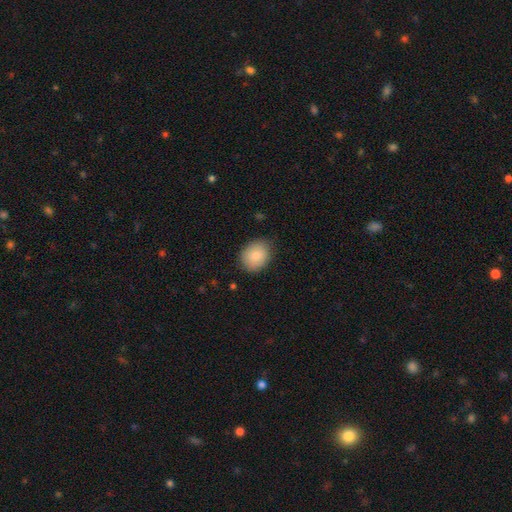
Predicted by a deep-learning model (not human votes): A smooth galaxy with no disk features (87%) that is round (53%). Merging: none (80%).